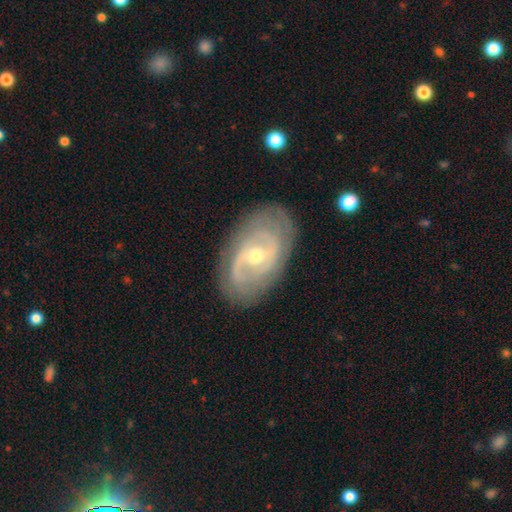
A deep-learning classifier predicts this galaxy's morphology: Q: Smooth or featured?
A: featured or disk (83%); runner-up: smooth (12%)
Q: Edge-on disk?
A: no (95%); runner-up: yes (5%)
Q: Bar?
A: no (46%); runner-up: weak (42%)
Q: Spiral arms?
A: yes (88%); runner-up: no (12%)
Q: Spiral winding?
A: tight (59%); runner-up: medium (31%)
Q: Spiral arm count?
A: 2 (49%); runner-up: can't tell (30%)
Q: Bulge size?
A: moderate (54%); runner-up: small (43%)
Q: Merging?
A: none (80%); runner-up: minor disturbance (14%)